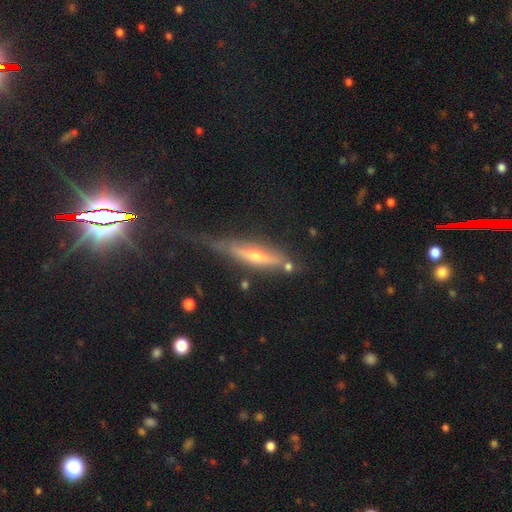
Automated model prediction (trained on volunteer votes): Smooth or featured? featured or disk (57%)
Edge-on disk? yes (87%)
Merging? none (66%)